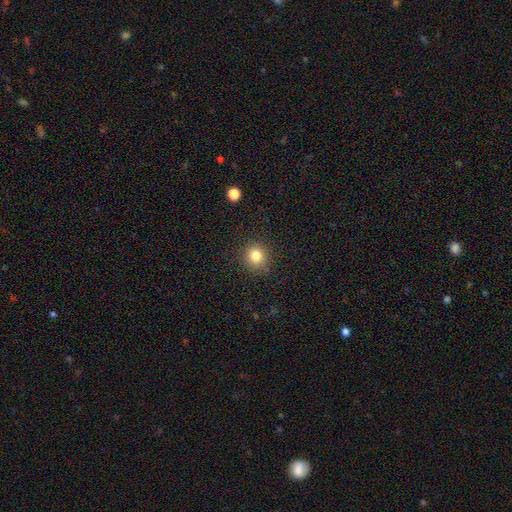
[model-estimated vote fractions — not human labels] Smooth or featured? Predicted: smooth (p=0.81). How rounded? Predicted: round (p=0.88). Merging? Predicted: none (p=0.89).